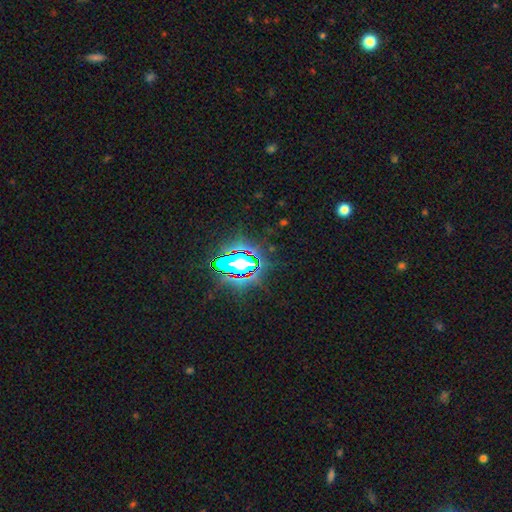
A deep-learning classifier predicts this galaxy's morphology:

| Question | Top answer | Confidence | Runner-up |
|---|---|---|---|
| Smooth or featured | star or artifact | 83% | smooth (10%) |